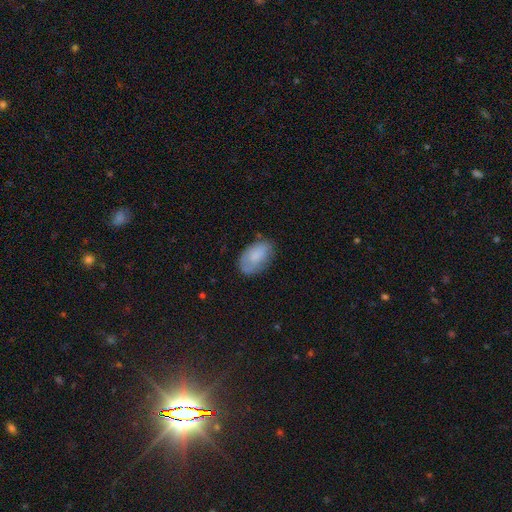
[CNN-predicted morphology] smooth-or-featured: smooth: 78% | featured or disk: 15% | star or artifact: 7%
  how-rounded: in between: 92% | round: 6% | cigar-shaped: 1%
  merging: none: 69% | minor disturbance: 23% | major disturbance: 6% | merger: 2%